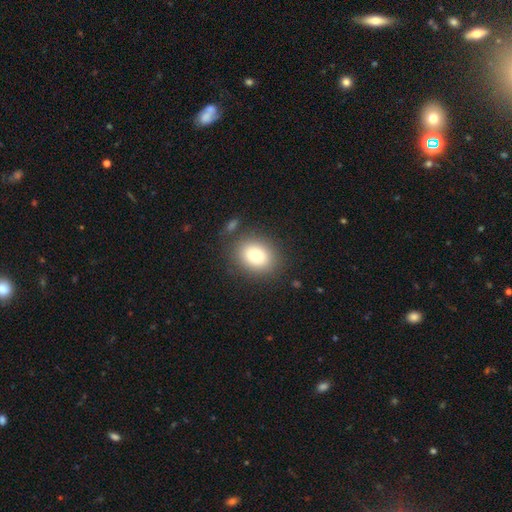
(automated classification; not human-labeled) Smooth or featured? smooth (83%)
How rounded? in between (57%)
Merging? none (81%)